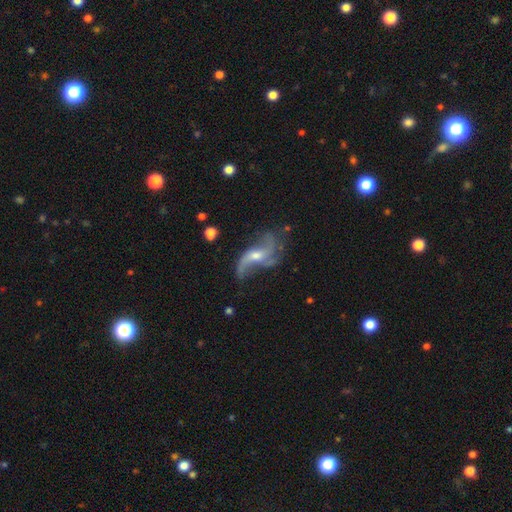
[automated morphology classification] Q: Smooth or featured?
A: featured or disk (80%); runner-up: smooth (12%)
Q: Edge-on disk?
A: no (95%); runner-up: yes (5%)
Q: Bar?
A: no (54%); runner-up: weak (37%)
Q: Spiral arms?
A: yes (89%); runner-up: no (11%)
Q: Spiral winding?
A: loose (78%); runner-up: medium (18%)
Q: Spiral arm count?
A: 2 (47%); runner-up: 3 (24%)
Q: Bulge size?
A: moderate (54%); runner-up: small (36%)
Q: Merging?
A: none (49%); runner-up: major disturbance (26%)